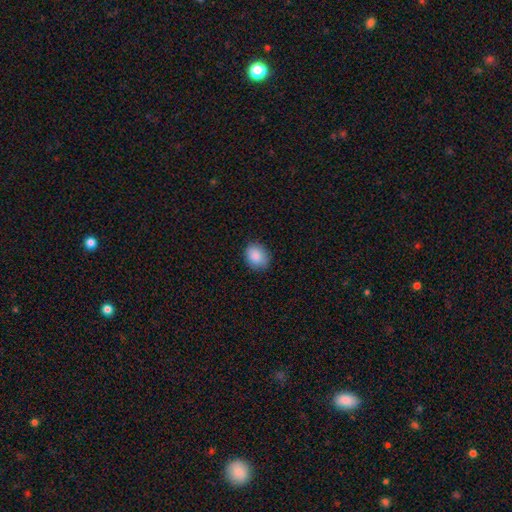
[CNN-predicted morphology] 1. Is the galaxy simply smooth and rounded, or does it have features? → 89% smooth, 8% star or artifact, 4% featured or disk.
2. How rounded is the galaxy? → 50% in between, 49% round, 1% cigar-shaped.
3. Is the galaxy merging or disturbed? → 84% none, 12% minor disturbance, 2% major disturbance, 1% merger.